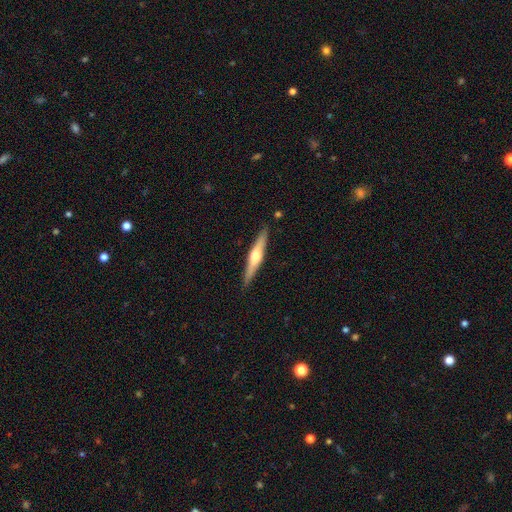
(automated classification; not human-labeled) smooth-or-featured: featured or disk: 58% | smooth: 36% | star or artifact: 5%
  disk-edge-on: yes: 95% | no: 5%
    edge-on-bulge: rounded: 88% | none: 7% | boxy: 5%
  merging: none: 89% | minor disturbance: 8% | major disturbance: 2% | merger: 1%